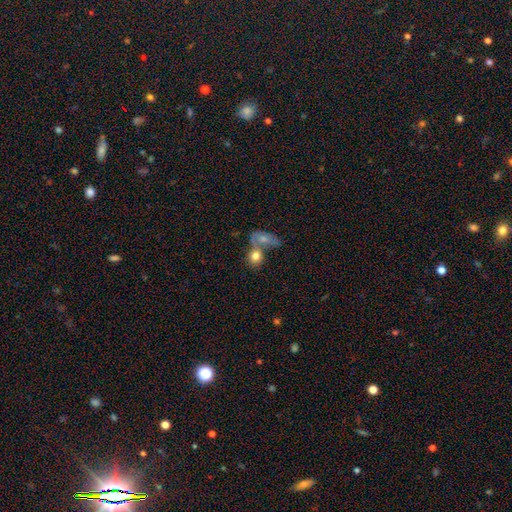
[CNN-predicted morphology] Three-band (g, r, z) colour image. It shows a smooth galaxy with no disk features (77%) that is round (60%). Merging: merger (51%).